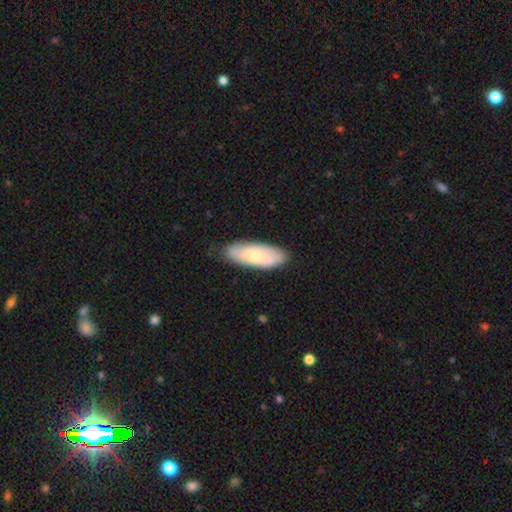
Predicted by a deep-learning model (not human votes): Overall: smooth (65%; featured or disk 29%). How rounded: in between (67%; cigar-shaped 31%). Merging: none (80%).